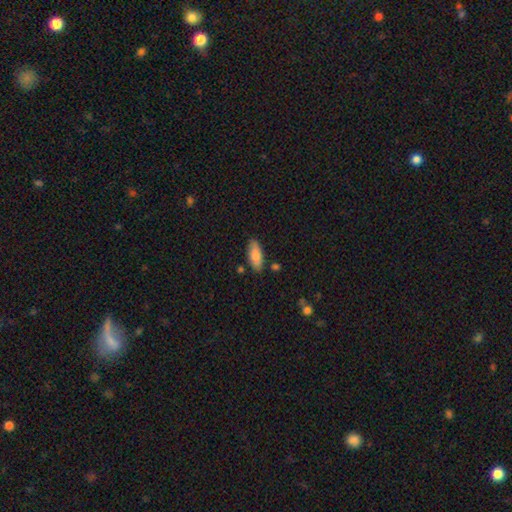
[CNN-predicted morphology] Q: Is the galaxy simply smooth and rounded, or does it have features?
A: smooth — 83%.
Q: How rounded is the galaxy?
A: in between — 81%.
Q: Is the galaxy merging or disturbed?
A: none — 81%.